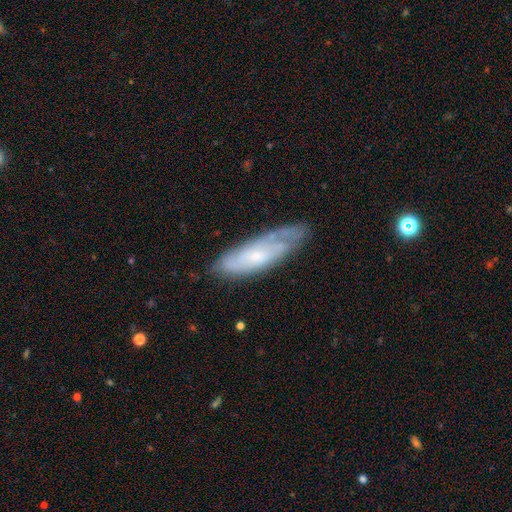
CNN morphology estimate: Overall: featured or disk (58%; smooth 36%). Edge-on disk: no (75%). Merging: none (66%).